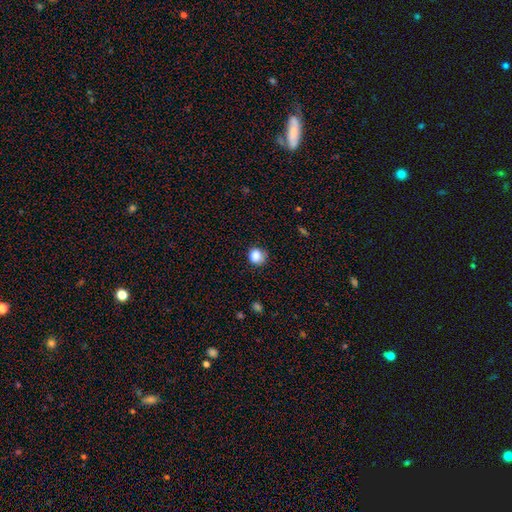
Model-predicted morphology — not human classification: Smooth or featured? Predicted: smooth (p=0.85). How rounded? Predicted: round (p=0.83). Merging? Predicted: none (p=0.72).